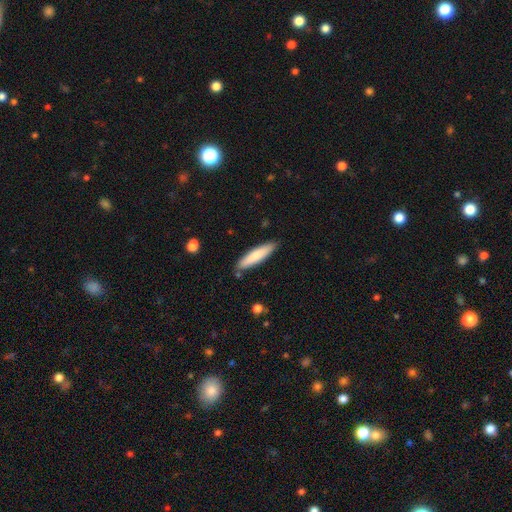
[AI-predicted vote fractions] smooth_or_featured: smooth (p=0.78) [alt: featured or disk p=0.17]
how_rounded: cigar-shaped (p=0.79) [alt: in between p=0.20]
merging: none (p=0.85) [alt: minor disturbance p=0.11]